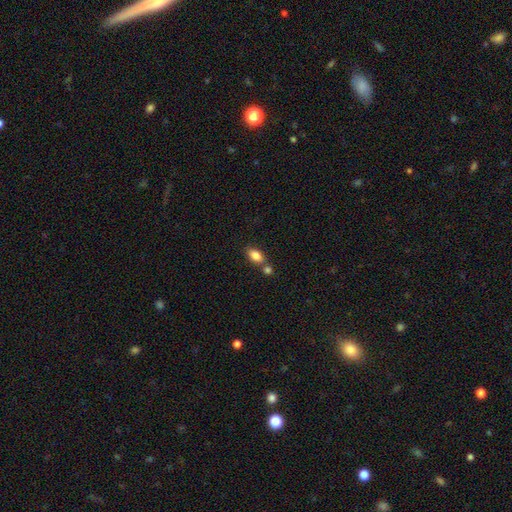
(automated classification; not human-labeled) Smooth or featured: smooth — 83% (featured or disk — 9%)
How rounded: in between — 87% (round — 9%)
Merging: none — 57% (merger — 29%)